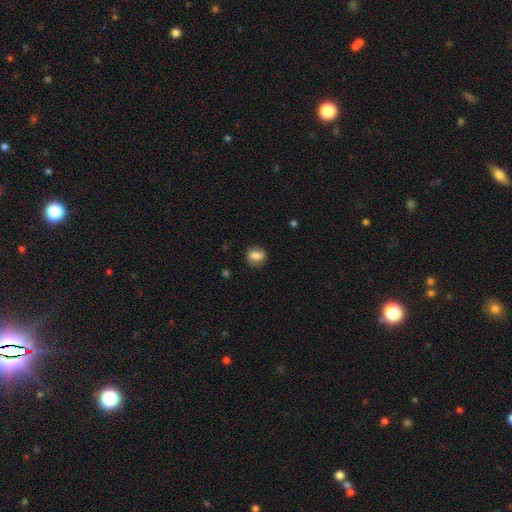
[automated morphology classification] smooth-or-featured: smooth: 78% | featured or disk: 14% | star or artifact: 9%
  how-rounded: round: 60% | in between: 38% | cigar-shaped: 1%
  merging: none: 82% | minor disturbance: 13% | major disturbance: 4% | merger: 1%